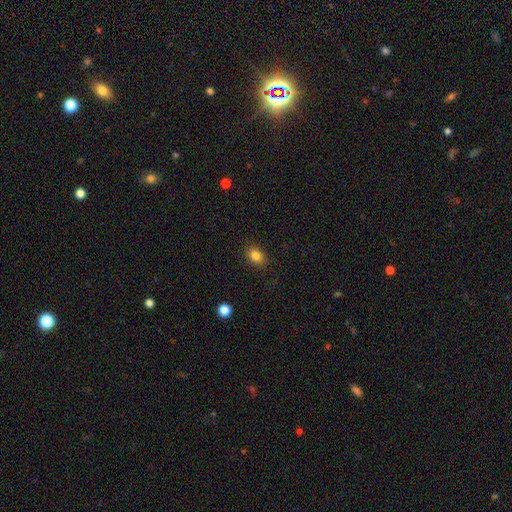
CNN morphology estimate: smooth-or-featured: smooth: 84% | star or artifact: 11% | featured or disk: 5%
  how-rounded: in between: 60% | round: 39% | cigar-shaped: 1%
  merging: none: 87% | minor disturbance: 10% | major disturbance: 3% | merger: 1%